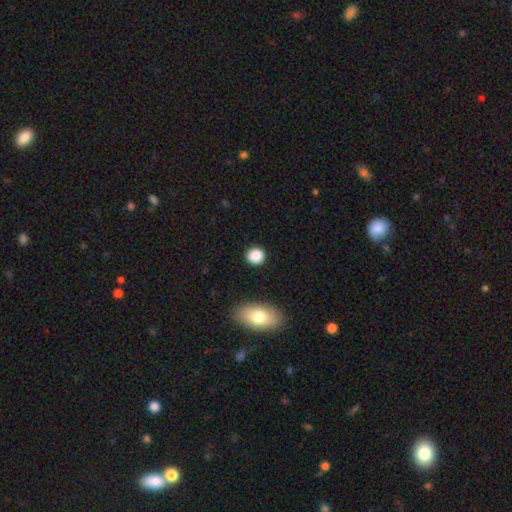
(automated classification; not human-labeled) smooth-or-featured: smooth: 87% | star or artifact: 9% | featured or disk: 4%
  how-rounded: round: 86% | in between: 13% | cigar-shaped: 1%
  merging: none: 88% | minor disturbance: 7% | major disturbance: 2% | merger: 2%